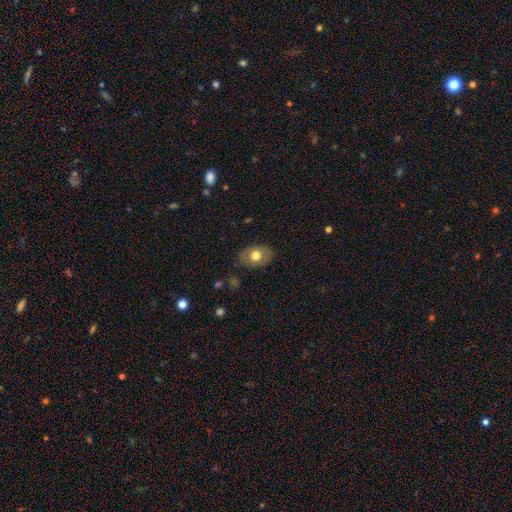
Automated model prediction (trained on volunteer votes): smooth 71%, featured or disk 21%, star or artifact 8%. Down the decision tree: how rounded — in between (78%); merging — none (83%).